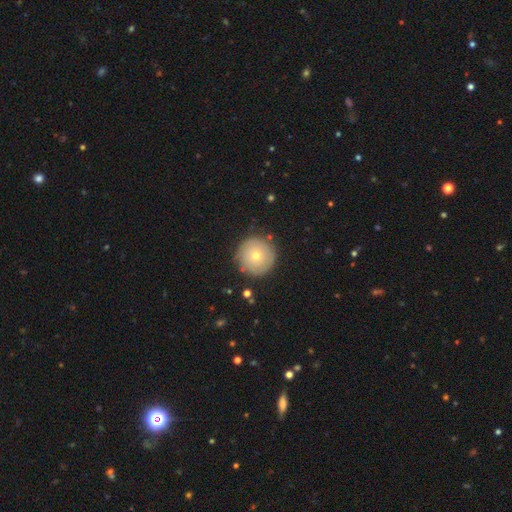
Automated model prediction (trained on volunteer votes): This appears to be a smooth galaxy with no disk features (65%) that is round (96%). Merging: none (87%).